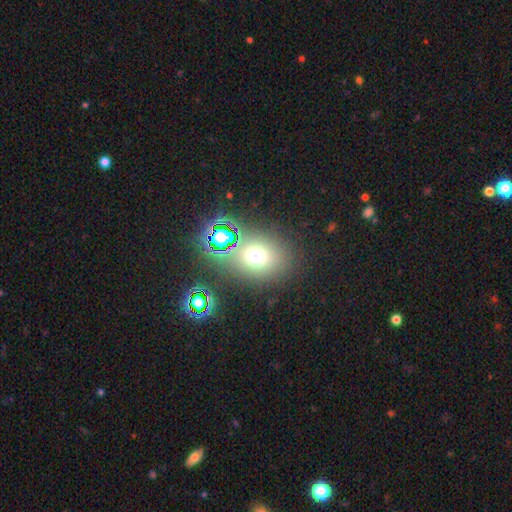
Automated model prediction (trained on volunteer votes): The model was most divided on "how rounded": round: 59%, in between: 40%, cigar-shaped: 2%. More confident: merging — none (77%); smooth or featured — smooth (62%).